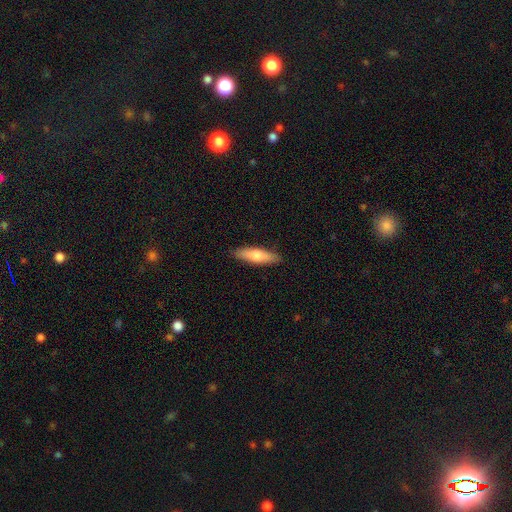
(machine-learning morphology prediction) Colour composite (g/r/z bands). It shows a smooth galaxy with no disk features (68%) that is cigar-shaped (64%). Merging: none (89%).